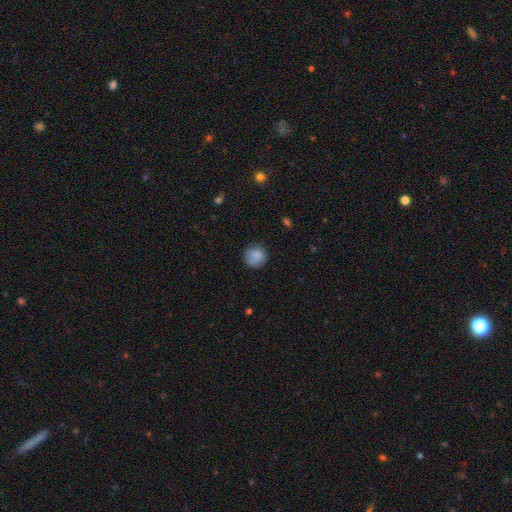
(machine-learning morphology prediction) A smooth galaxy with no disk features (85%) that is round (90%). Merging: none (78%).